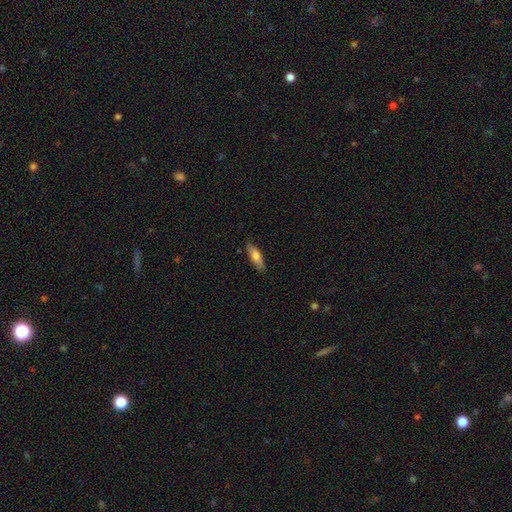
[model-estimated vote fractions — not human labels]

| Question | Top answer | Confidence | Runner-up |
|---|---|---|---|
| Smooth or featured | smooth | 68% | featured or disk (26%) |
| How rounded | cigar-shaped | 52% | in between (46%) |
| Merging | none | 84% | minor disturbance (13%) |